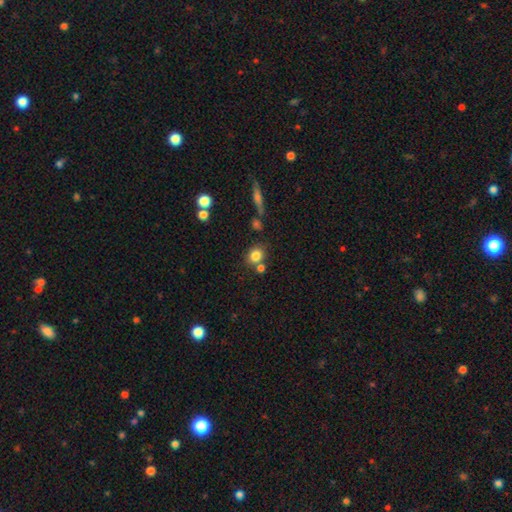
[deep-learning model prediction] Morphology: type=smooth (81%); roundness=round (71%); merging=none (64%).